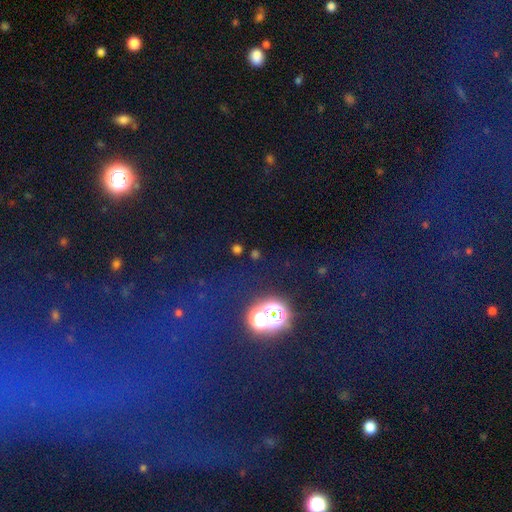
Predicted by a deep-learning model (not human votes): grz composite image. It shows a star or artifact, not a galaxy (73%).